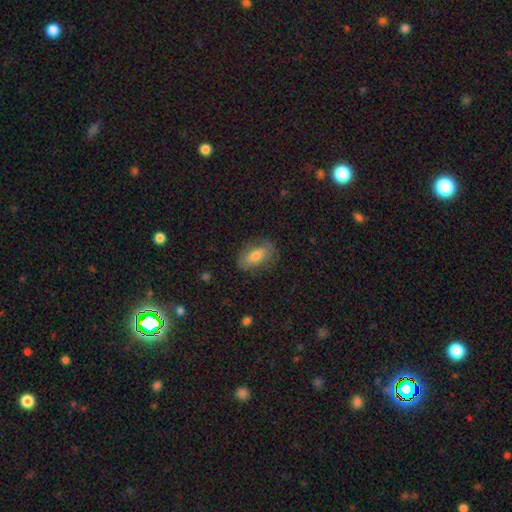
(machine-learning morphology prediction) smooth_or_featured: smooth (p=0.65) [alt: featured or disk p=0.27]
how_rounded: in between (p=0.86) [alt: cigar-shaped p=0.08]
merging: none (p=0.76) [alt: minor disturbance p=0.17]